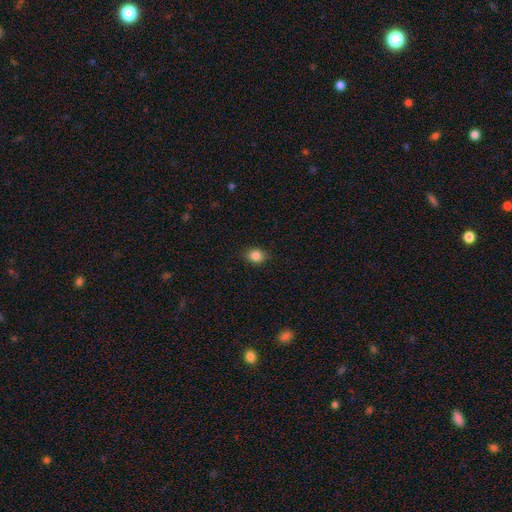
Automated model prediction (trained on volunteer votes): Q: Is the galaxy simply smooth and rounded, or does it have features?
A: smooth — 86%.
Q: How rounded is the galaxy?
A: in between — 51%.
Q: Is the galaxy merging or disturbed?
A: none — 86%.